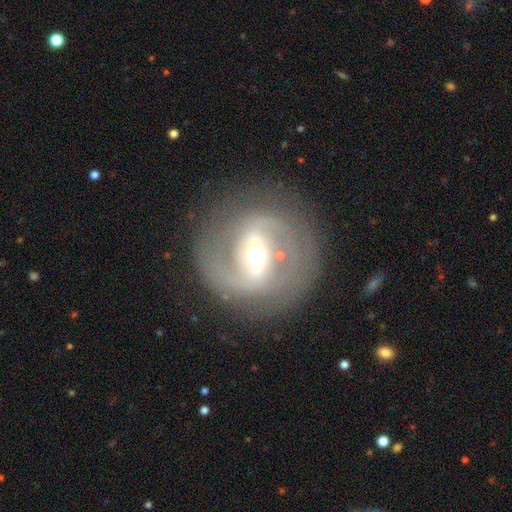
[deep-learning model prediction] Smooth or featured: featured or disk — 79% (smooth — 14%)
Edge-on disk: no — 96% (yes — 4%)
Bar: weak — 40% (strong — 32%)
Spiral arms: yes — 79% (no — 21%)
Spiral winding: medium — 47% (tight — 31%)
Spiral arm count: 2 — 84% (can't tell — 8%)
Bulge size: moderate — 59% (large — 25%)
Merging: none — 79% (minor disturbance — 11%)